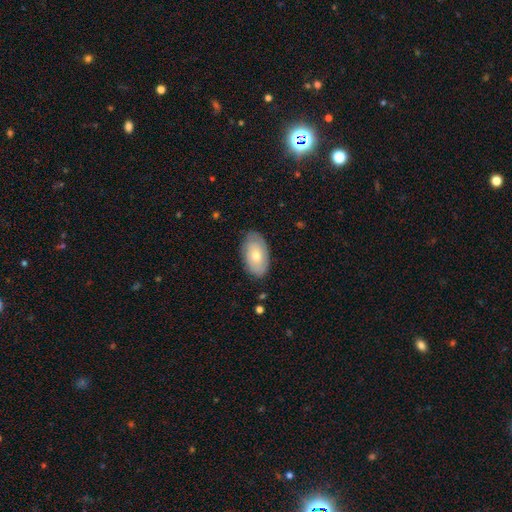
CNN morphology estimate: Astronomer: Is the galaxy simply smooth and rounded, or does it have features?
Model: smooth — 61%.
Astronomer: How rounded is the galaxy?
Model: in between — 94%.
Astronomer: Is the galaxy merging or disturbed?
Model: none — 82%.